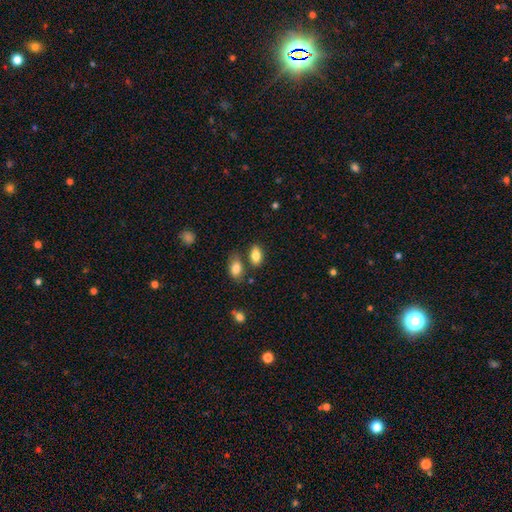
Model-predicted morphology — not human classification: This is clearly a smooth galaxy (83%). How rounded: clearly in between (90%). Merging: likely none (72%).